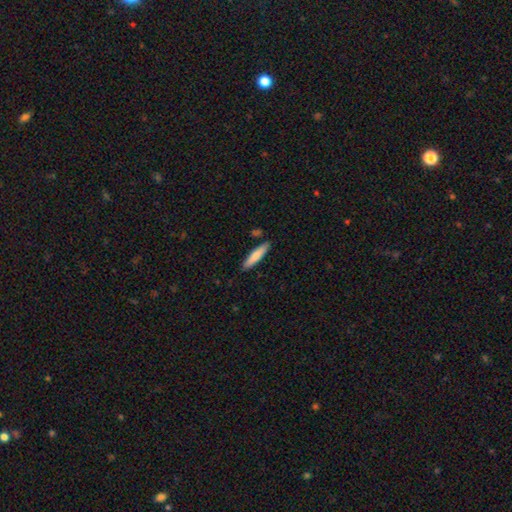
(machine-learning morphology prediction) Smooth or featured? Predicted: smooth (p=0.77). How rounded? Predicted: cigar-shaped (p=0.85). Merging? Predicted: none (p=0.86).